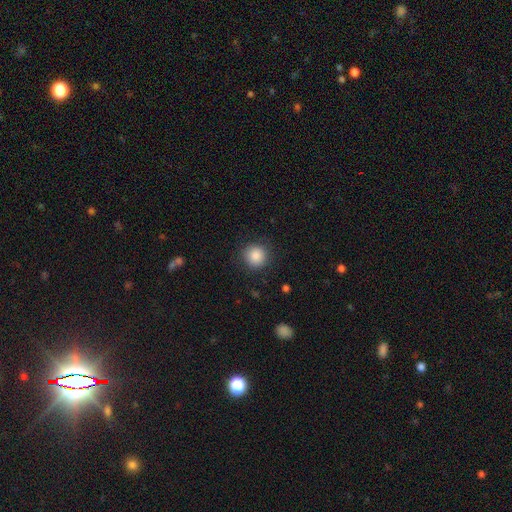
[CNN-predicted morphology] Overall: smooth (87%). How rounded: round (93%). Merging: none (88%).